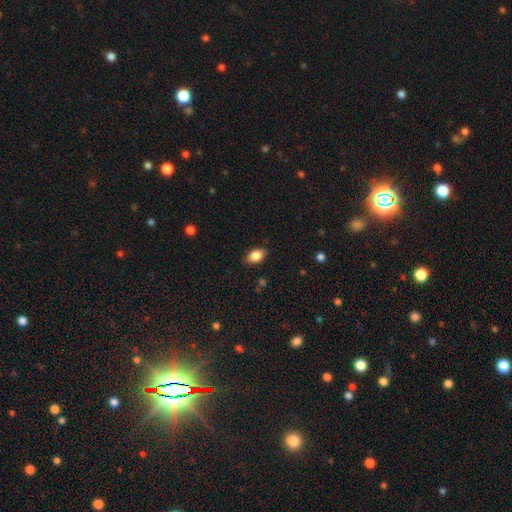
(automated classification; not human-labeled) The model was most divided on "merging": none: 85%, minor disturbance: 11%, major disturbance: 2%, merger: 1%. More confident: how rounded — in between (88%); smooth or featured — smooth (85%).